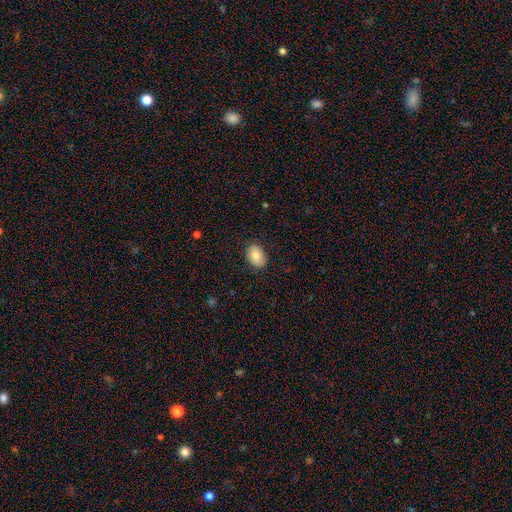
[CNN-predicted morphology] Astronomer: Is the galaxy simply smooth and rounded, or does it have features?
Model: smooth — 84%.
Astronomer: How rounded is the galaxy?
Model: in between — 84%.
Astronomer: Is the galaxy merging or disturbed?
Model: none — 87%.